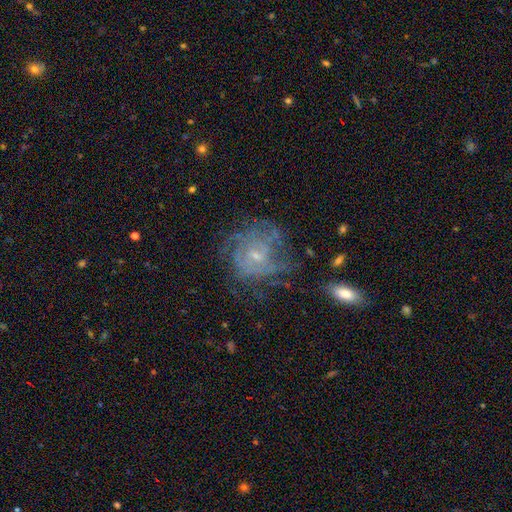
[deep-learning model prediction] Smooth or featured: featured or disk — 76% (smooth — 13%)
Edge-on disk: no — 97% (yes — 3%)
Bar: no — 61% (weak — 33%)
Spiral arms: yes — 86% (no — 14%)
Spiral winding: tight — 61% (medium — 29%)
Spiral arm count: can't tell — 50% (3 — 14%)
Bulge size: small — 67% (moderate — 25%)
Merging: none — 63% (minor disturbance — 20%)